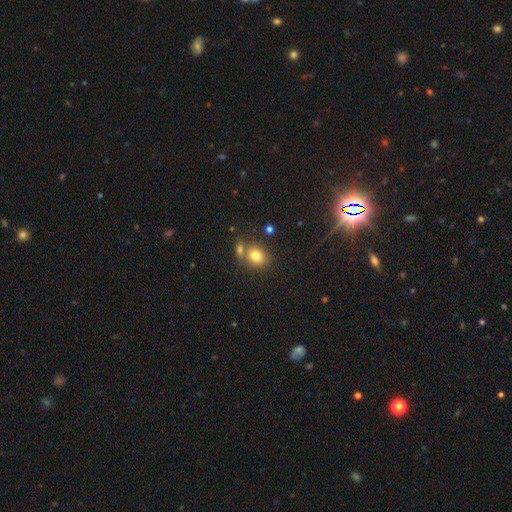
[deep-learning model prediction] smooth-or-featured: smooth: 79% | star or artifact: 11% | featured or disk: 10%
  how-rounded: round: 58% | in between: 41% | cigar-shaped: 1%
  merging: none: 57% | merger: 28% | minor disturbance: 11% | major disturbance: 4%